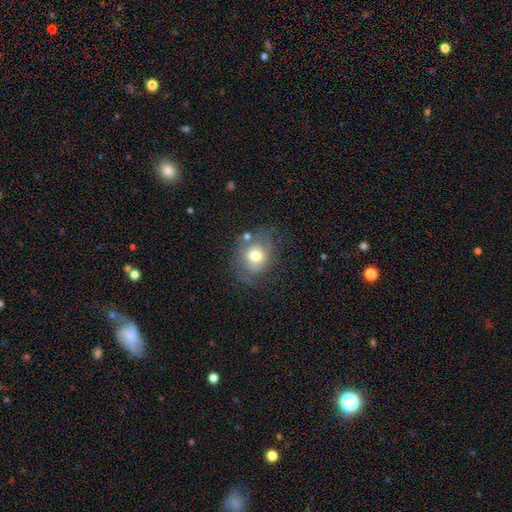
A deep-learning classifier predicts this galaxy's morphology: Q: Smooth or featured?
A: smooth (61%); runner-up: featured or disk (29%)
Q: How rounded?
A: round (68%); runner-up: in between (31%)
Q: Merging?
A: none (52%); runner-up: minor disturbance (24%)